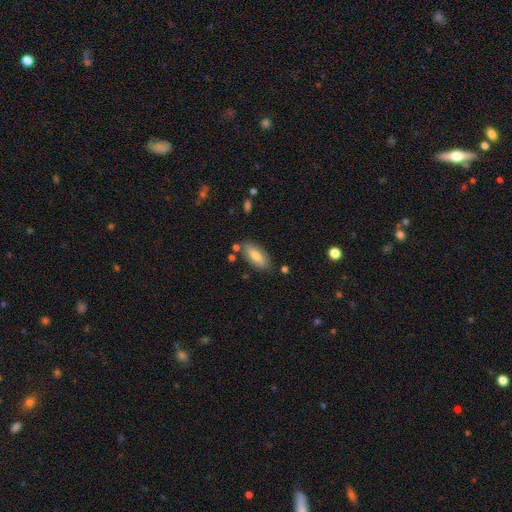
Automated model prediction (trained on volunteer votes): Smooth or featured? smooth (70%)
How rounded? in between (80%)
Merging? none (81%)